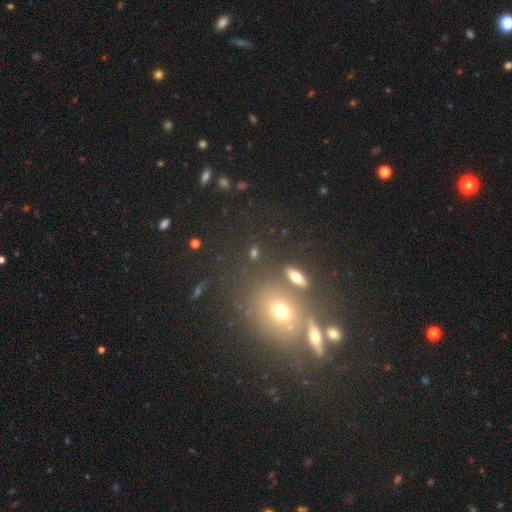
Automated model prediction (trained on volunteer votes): Overall: smooth (45%; star or artifact 39%). Merging: none (62%).